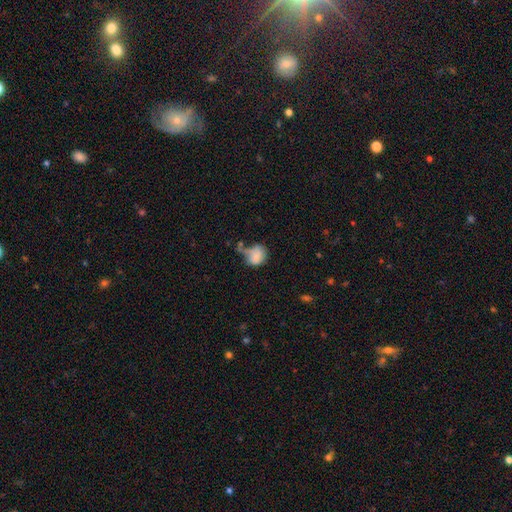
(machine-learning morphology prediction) smooth-or-featured: smooth: 75% | featured or disk: 15% | star or artifact: 10%
  how-rounded: in between: 57% | round: 42% | cigar-shaped: 1%
  merging: none: 29% | minor disturbance: 27% | major disturbance: 27% | merger: 17%